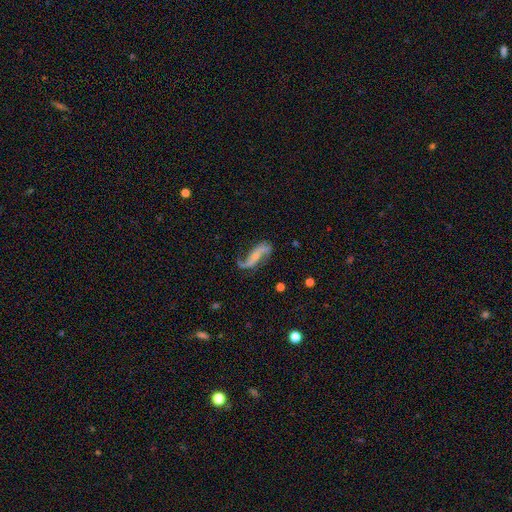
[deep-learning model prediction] Q: Smooth or featured?
A: featured or disk (84%); runner-up: smooth (10%)
Q: Edge-on disk?
A: no (92%); runner-up: yes (8%)
Q: Bar?
A: no (48%); runner-up: weak (29%)
Q: Spiral arms?
A: yes (94%); runner-up: no (6%)
Q: Spiral winding?
A: loose (84%); runner-up: medium (12%)
Q: Spiral arm count?
A: 2 (92%); runner-up: 1 (3%)
Q: Bulge size?
A: small (64%); runner-up: moderate (22%)
Q: Merging?
A: none (67%); runner-up: minor disturbance (19%)